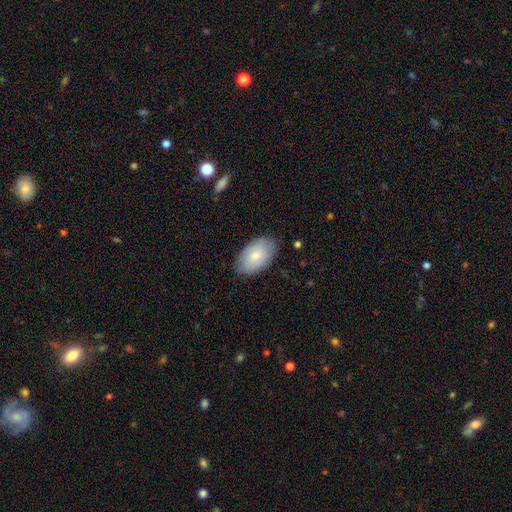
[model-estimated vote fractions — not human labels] Q: Smooth or featured?
A: smooth (72%); runner-up: featured or disk (22%)
Q: How rounded?
A: in between (93%); runner-up: round (5%)
Q: Merging?
A: none (82%); runner-up: minor disturbance (14%)